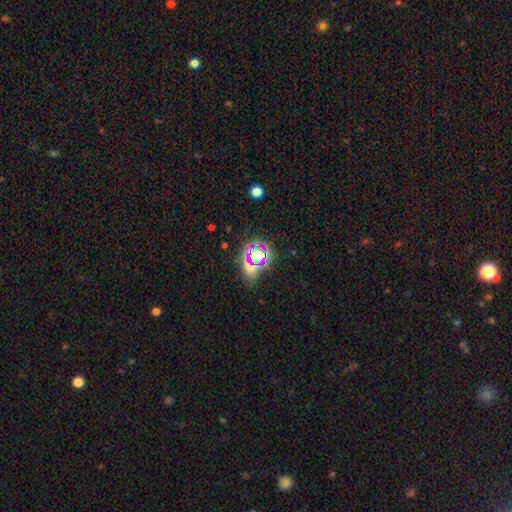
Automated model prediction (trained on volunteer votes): star or artifact 60%, smooth 28%, featured or disk 12%.